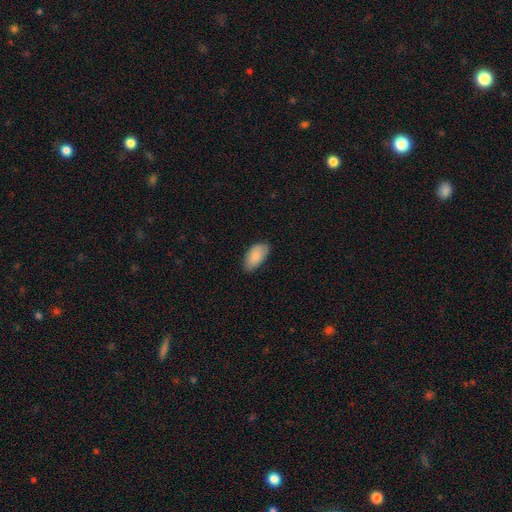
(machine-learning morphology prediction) smooth_or_featured: smooth (p=0.87) [alt: featured or disk p=0.07]
how_rounded: in between (p=0.95) [alt: cigar-shaped p=0.03]
merging: none (p=0.80) [alt: minor disturbance p=0.16]